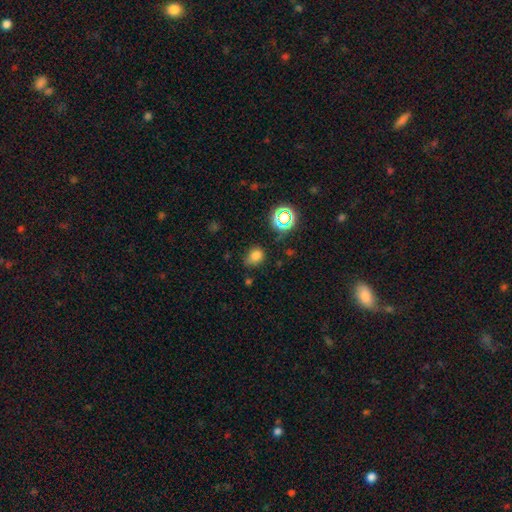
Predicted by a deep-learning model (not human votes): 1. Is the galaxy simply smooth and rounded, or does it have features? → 75% smooth, 18% star or artifact, 6% featured or disk.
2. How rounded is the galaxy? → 52% in between, 47% round, 1% cigar-shaped.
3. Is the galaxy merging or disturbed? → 64% none, 26% minor disturbance, 7% major disturbance, 3% merger.